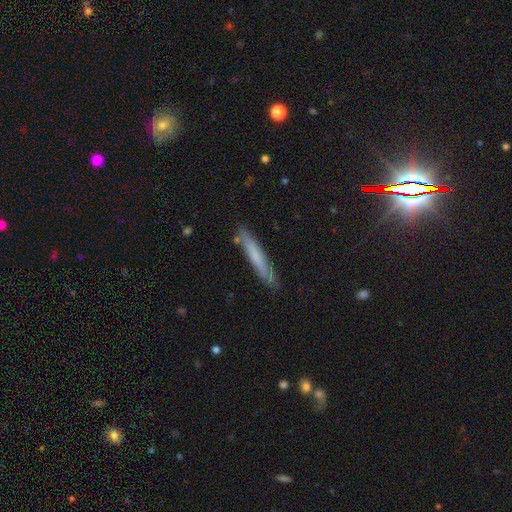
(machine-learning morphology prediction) Overall: smooth (62%; featured or disk 30%). How rounded: cigar-shaped (94%). Merging: none (84%).